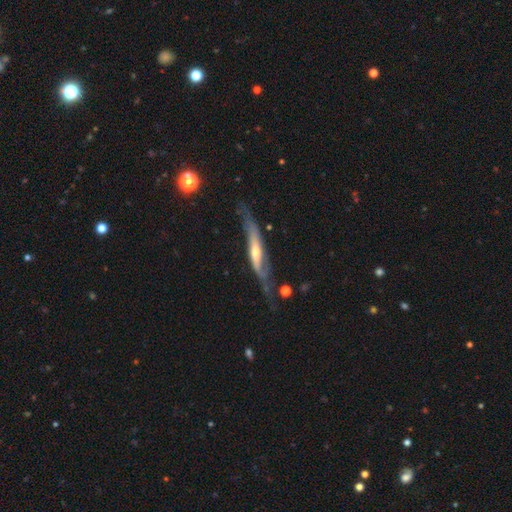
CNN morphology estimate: smooth-or-featured: featured or disk: 78% | smooth: 16% | star or artifact: 6%
  disk-edge-on: yes: 59% | no: 41%
  merging: none: 53% | minor disturbance: 27% | major disturbance: 17% | merger: 4%